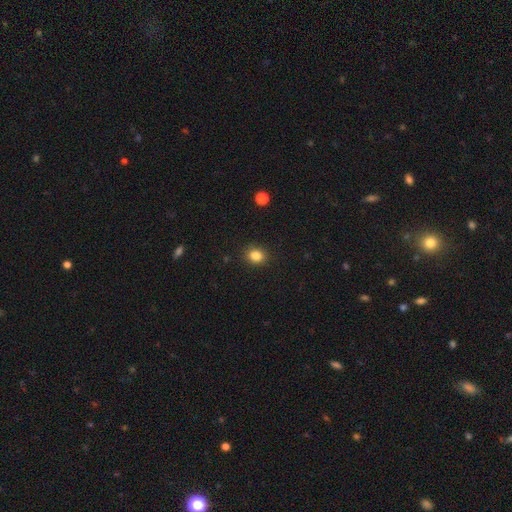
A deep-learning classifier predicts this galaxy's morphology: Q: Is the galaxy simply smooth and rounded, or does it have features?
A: smooth — 84%.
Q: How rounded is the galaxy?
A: round — 69%.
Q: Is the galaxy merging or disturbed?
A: none — 89%.